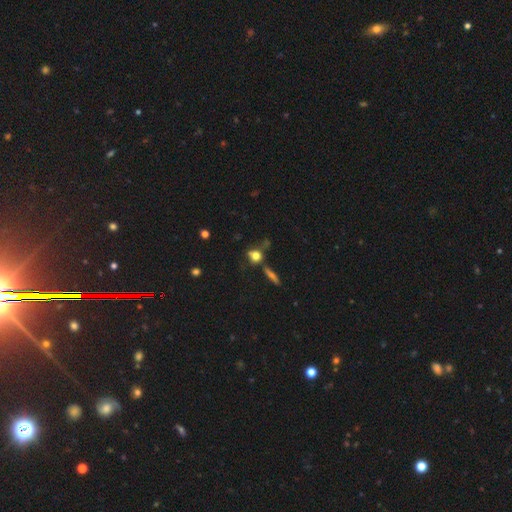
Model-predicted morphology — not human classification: Smooth or featured? Predicted: smooth (p=0.66). How rounded? Predicted: round (p=0.72). Merging? Predicted: none (p=0.56).